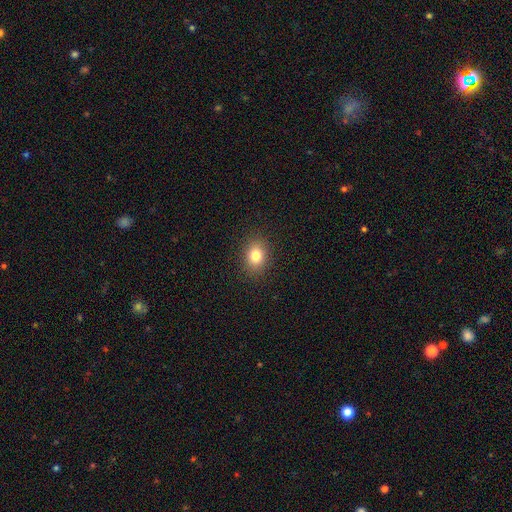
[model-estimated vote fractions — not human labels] The model was most divided on "how rounded": in between: 55%, round: 44%, cigar-shaped: 1%. More confident: merging — none (89%); smooth or featured — smooth (81%).